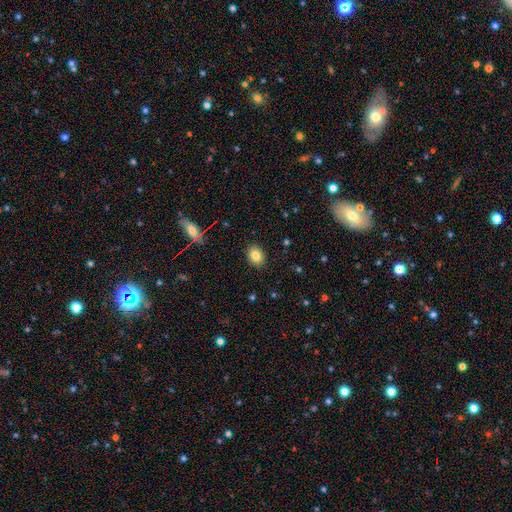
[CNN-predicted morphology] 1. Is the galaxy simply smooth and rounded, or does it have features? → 83% smooth, 10% star or artifact, 8% featured or disk.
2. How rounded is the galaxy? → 62% in between, 37% round, 1% cigar-shaped.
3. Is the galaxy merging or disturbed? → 89% none, 8% minor disturbance, 2% major disturbance, 1% merger.